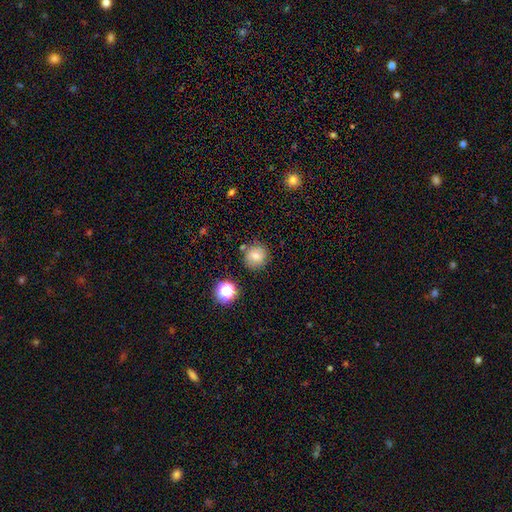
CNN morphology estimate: A smooth galaxy with no disk features (73%) that is round (90%). Merging: none (79%).